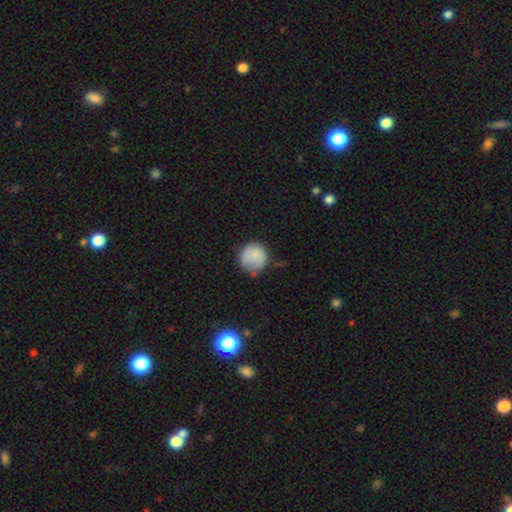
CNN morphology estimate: smooth 81%, featured or disk 11%, star or artifact 8%. Down the decision tree: how rounded — round (92%); merging — none (58%).